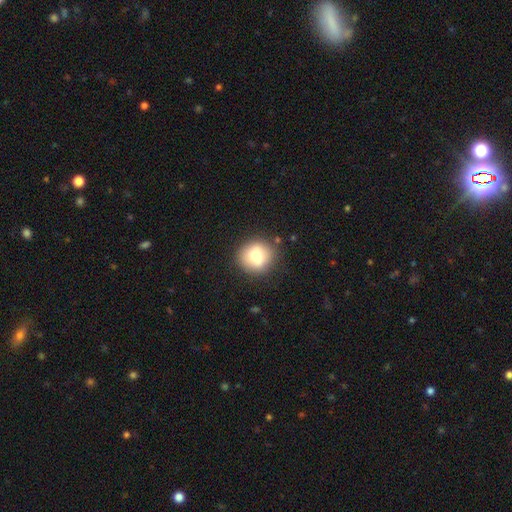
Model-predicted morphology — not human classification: smooth 76%, featured or disk 14%, star or artifact 9%. Down the decision tree: how rounded — round (85%); merging — none (82%).